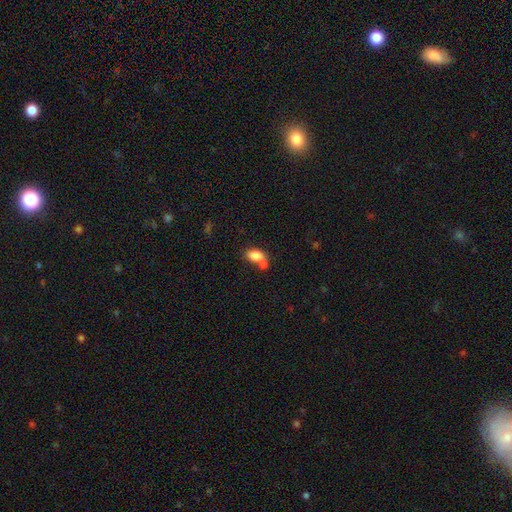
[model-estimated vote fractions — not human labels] This appears to be a smooth galaxy with no disk features (82%) that is in between round and cigar-shaped (88%). Merging: merger (45%).